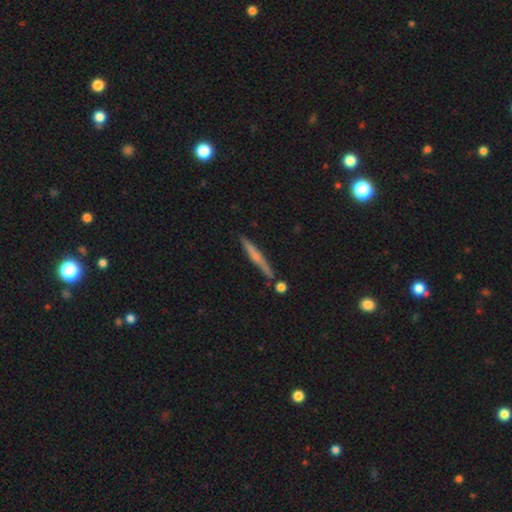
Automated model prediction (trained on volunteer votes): A featured or disk galaxy (47%).

Vote fractions:
- Smooth or featured? featured or disk: 47% / smooth: 46% / star or artifact: 7%
- Merging? none: 82% / minor disturbance: 11% / merger: 5% / major disturbance: 2%